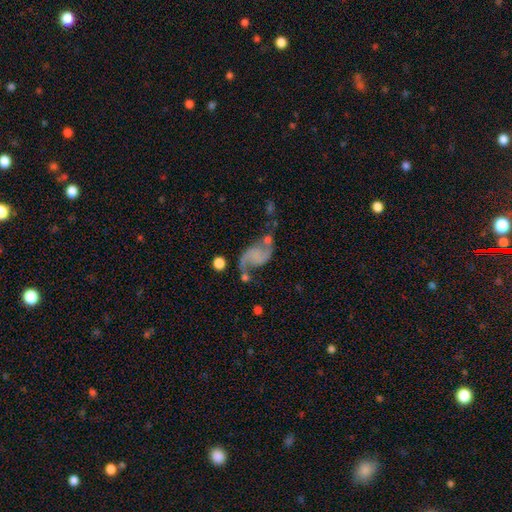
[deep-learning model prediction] featured or disk 83%, smooth 10%, star or artifact 7%. Down the decision tree: edge-on disk — no (98%); bar — no (66%); spiral arms — yes (95%); spiral arm count — 2 (91%); spiral winding — loose (72%); bulge size — none (66%); merging — none (50%).